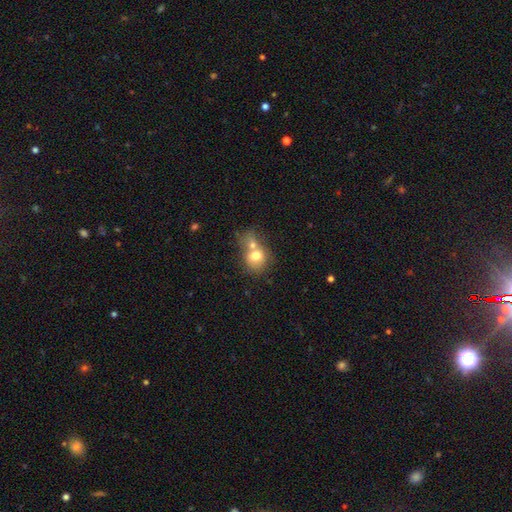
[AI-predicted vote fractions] Smooth or featured? smooth (71%)
How rounded? round (63%)
Merging? merger (63%)